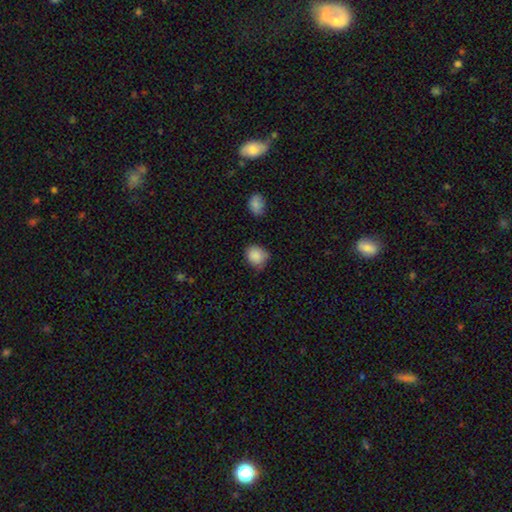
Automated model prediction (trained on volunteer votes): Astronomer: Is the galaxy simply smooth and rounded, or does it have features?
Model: smooth — 87%.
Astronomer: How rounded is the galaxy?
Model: round — 68%.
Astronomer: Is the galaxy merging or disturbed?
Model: none — 61%.